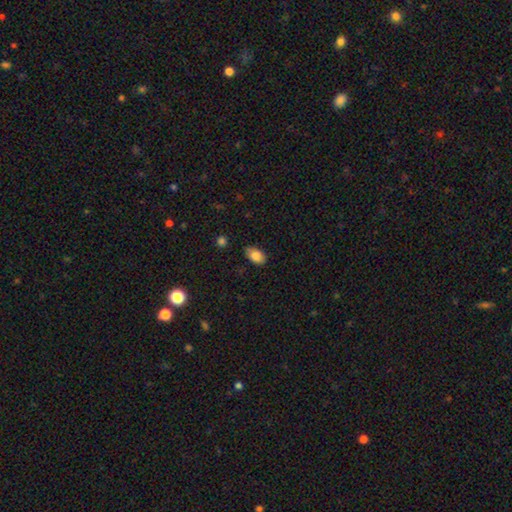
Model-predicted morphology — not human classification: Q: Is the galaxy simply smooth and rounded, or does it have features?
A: smooth — 84%.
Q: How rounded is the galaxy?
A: in between — 90%.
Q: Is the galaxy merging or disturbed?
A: none — 80%.